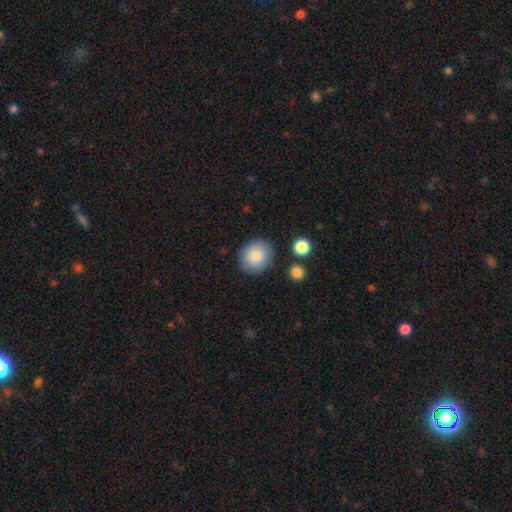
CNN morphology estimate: smooth 86%, star or artifact 7%, featured or disk 7%. Down the decision tree: how rounded — round (73%); merging — none (83%).